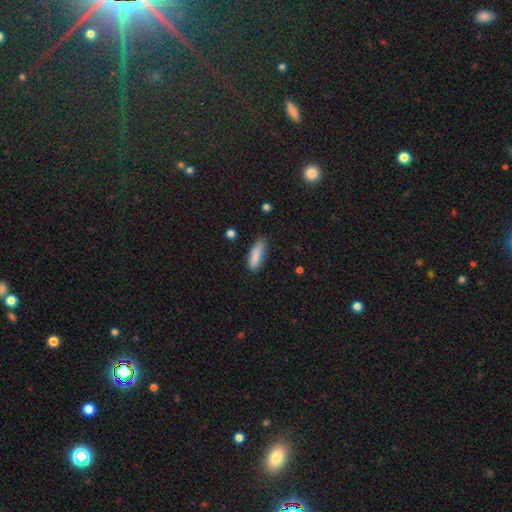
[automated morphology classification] smooth 86%, featured or disk 7%, star or artifact 7%. Down the decision tree: how rounded — in between (53%); merging — none (66%).